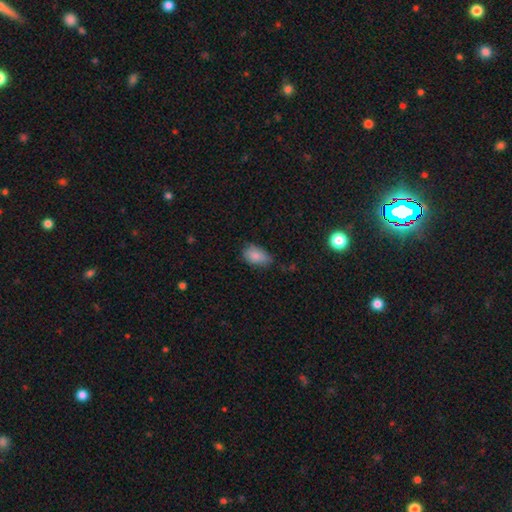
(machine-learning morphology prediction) The model was most divided on "merging": none: 57%, minor disturbance: 35%, major disturbance: 6%, merger: 2%. More confident: how rounded — in between (91%); smooth or featured — smooth (85%).